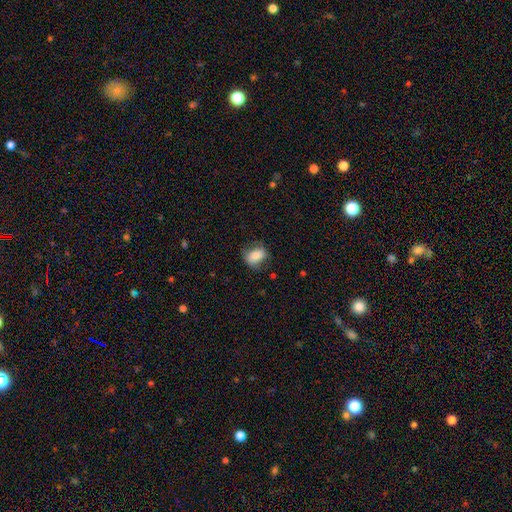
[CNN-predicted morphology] smooth 76%, featured or disk 16%, star or artifact 8%. Down the decision tree: how rounded — in between (75%); merging — none (66%).